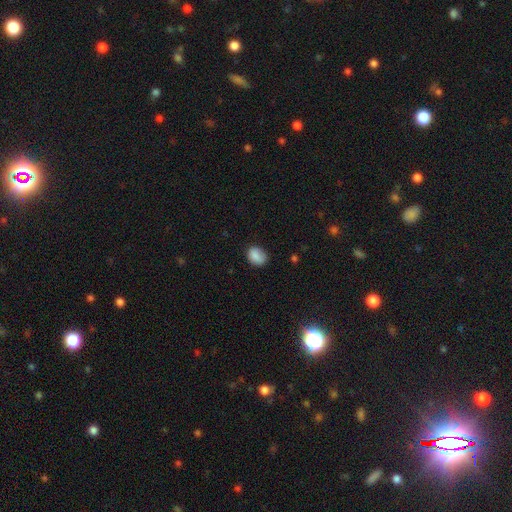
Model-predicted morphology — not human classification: smooth 86%, star or artifact 8%, featured or disk 6%. Down the decision tree: how rounded — in between (57%); merging — none (72%).